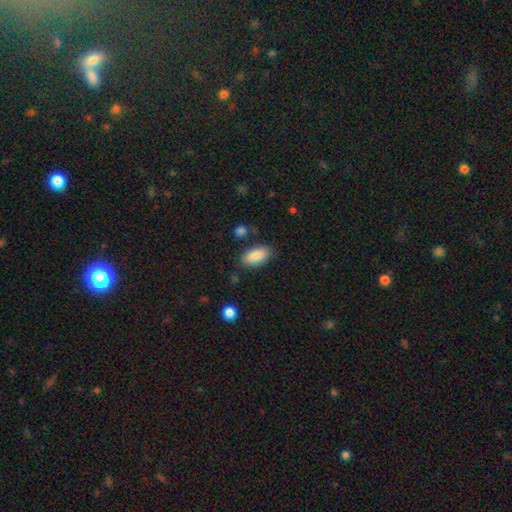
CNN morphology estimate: This is clearly a smooth galaxy (88%). How rounded: clearly in between (92%). Merging: clearly none (82%).